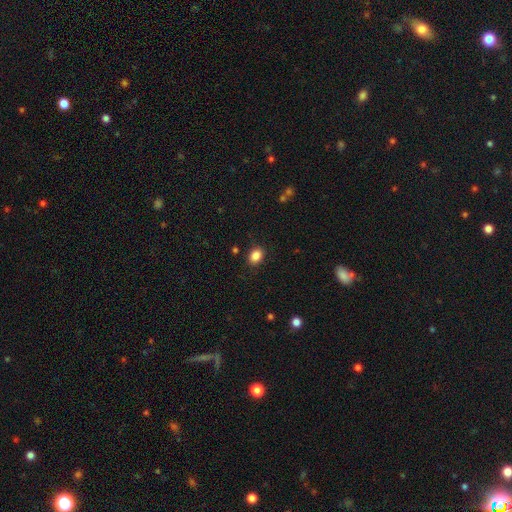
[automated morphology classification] smooth 87%, star or artifact 9%, featured or disk 4%. Down the decision tree: how rounded — in between (64%); merging — none (86%).